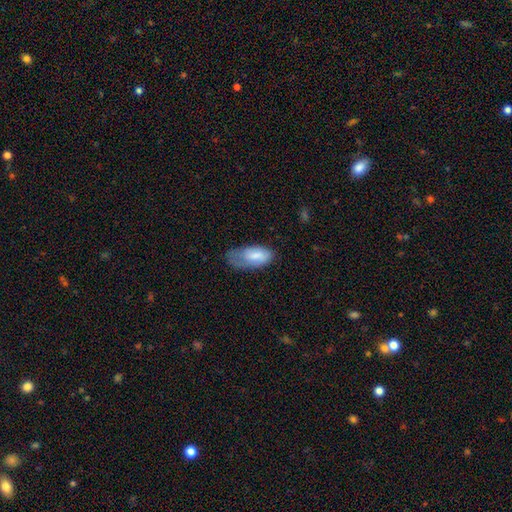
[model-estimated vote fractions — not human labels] A smooth galaxy with no disk features (73%) that is in between round and cigar-shaped (91%).

Vote fractions:
- Smooth or featured? smooth: 73% / featured or disk: 21% / star or artifact: 6%
- How rounded? in between: 91% / cigar-shaped: 7% / round: 2%
- Merging? minor disturbance: 41% / none: 30% / major disturbance: 27% / merger: 2%